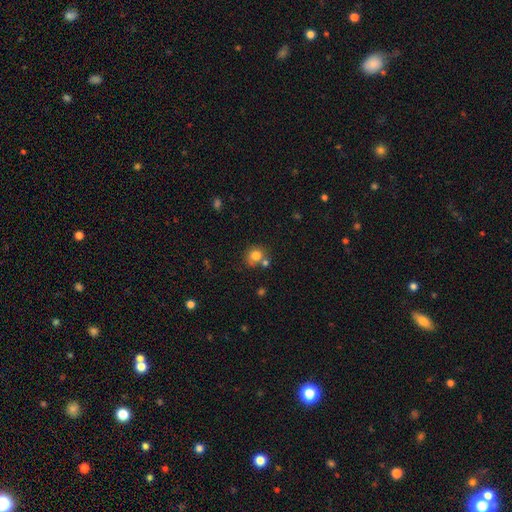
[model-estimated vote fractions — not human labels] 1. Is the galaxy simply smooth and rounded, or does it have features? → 79% smooth, 11% star or artifact, 10% featured or disk.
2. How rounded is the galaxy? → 80% round, 19% in between, 1% cigar-shaped.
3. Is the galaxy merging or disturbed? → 58% none, 24% merger, 13% minor disturbance, 5% major disturbance.